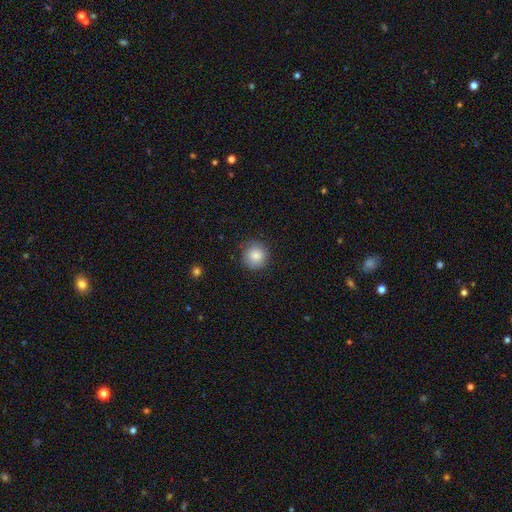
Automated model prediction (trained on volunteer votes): Smooth or featured? smooth (85%)
How rounded? round (94%)
Merging? none (84%)